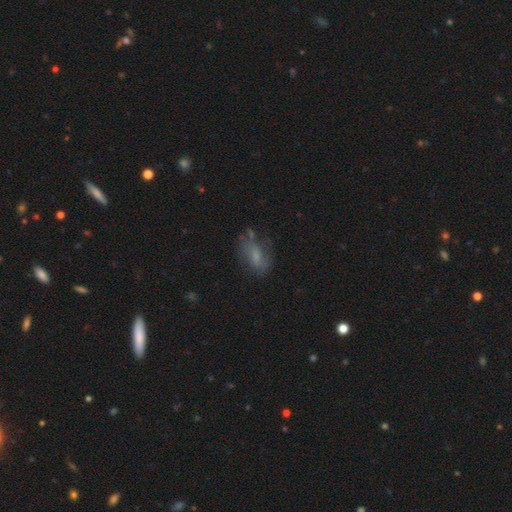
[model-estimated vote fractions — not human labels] smooth 55%, featured or disk 34%, star or artifact 11%. Down the decision tree: how rounded — in between (84%); merging — none (54%).